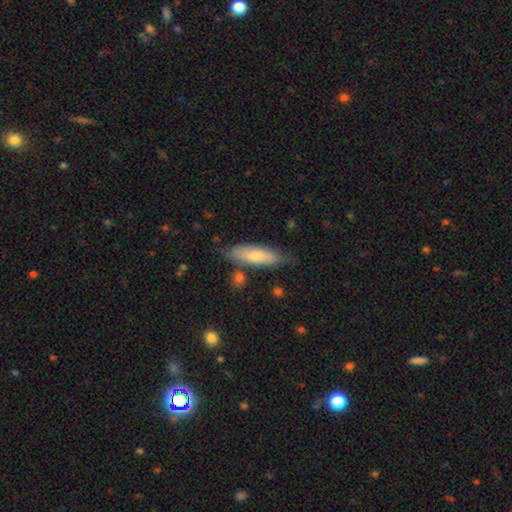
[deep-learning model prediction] A smooth galaxy with no disk features (73%) that is cigar-shaped (55%).

Vote fractions:
- Smooth or featured? smooth: 73% / featured or disk: 22% / star or artifact: 6%
- How rounded? cigar-shaped: 55% / in between: 43% / round: 2%
- Merging? none: 72% / minor disturbance: 19% / merger: 5% / major disturbance: 4%